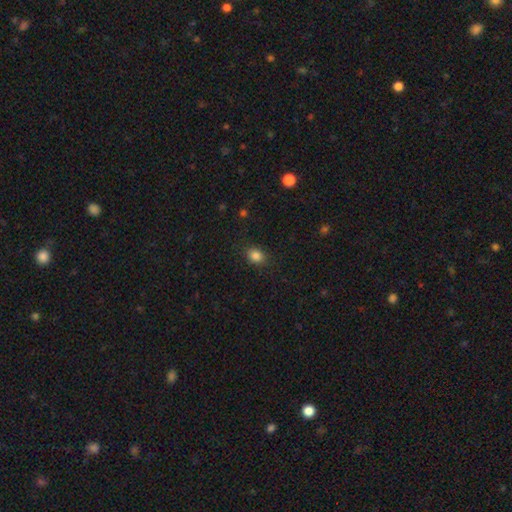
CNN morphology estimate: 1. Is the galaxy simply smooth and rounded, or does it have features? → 84% smooth, 11% star or artifact, 5% featured or disk.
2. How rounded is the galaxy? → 54% in between, 45% round, 1% cigar-shaped.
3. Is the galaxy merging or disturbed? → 86% none, 10% minor disturbance, 3% major disturbance, 1% merger.